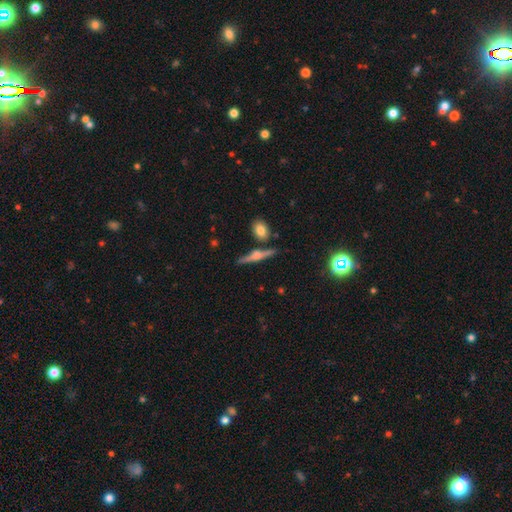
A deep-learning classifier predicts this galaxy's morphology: smooth_or_featured: featured or disk (p=0.65) [alt: smooth p=0.27]
disk_edge_on: yes (p=0.96) [alt: no p=0.04]
edge_on_bulge: rounded (p=0.78) [alt: boxy p=0.14]
merging: none (p=0.78) [alt: minor disturbance p=0.11]